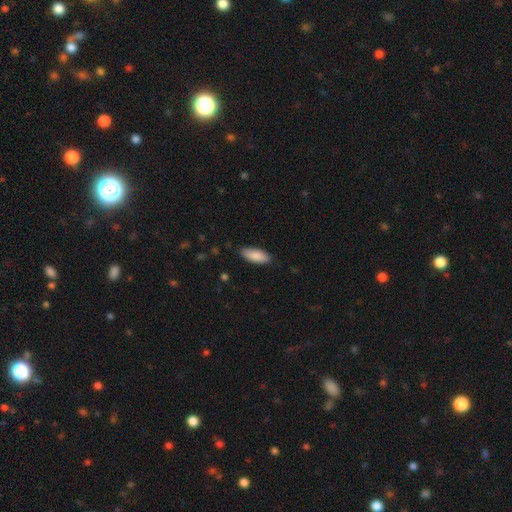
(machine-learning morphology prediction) smooth_or_featured: smooth (p=0.88) [alt: featured or disk p=0.06]
how_rounded: in between (p=0.82) [alt: cigar-shaped p=0.16]
merging: none (p=0.86) [alt: minor disturbance p=0.11]